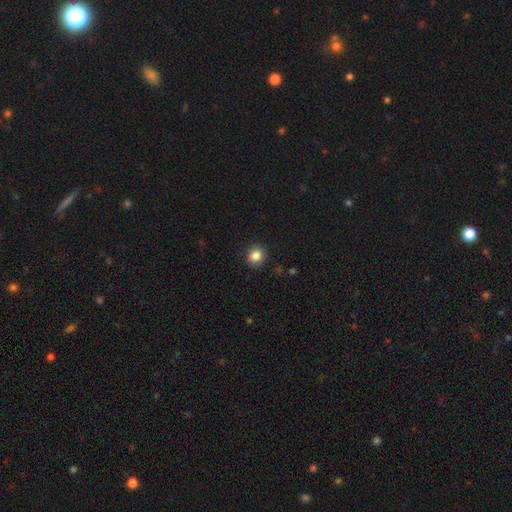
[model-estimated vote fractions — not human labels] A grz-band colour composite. It shows a smooth galaxy with no disk features (85%) that is round (83%). Merging: none (89%).